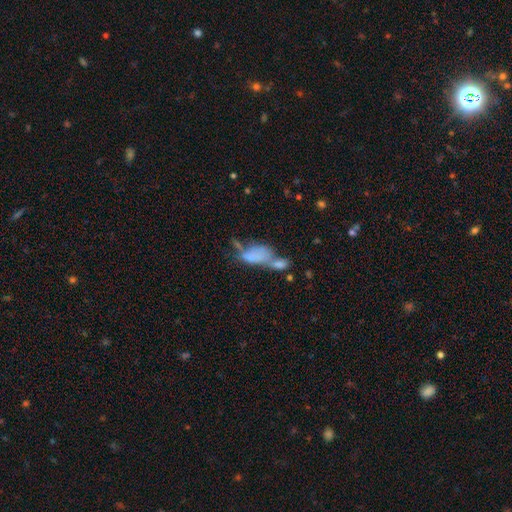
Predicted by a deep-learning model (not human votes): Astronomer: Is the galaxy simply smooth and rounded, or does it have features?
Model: smooth — 59%.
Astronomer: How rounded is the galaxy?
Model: in between — 85%.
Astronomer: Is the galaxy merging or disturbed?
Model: merger — 57%.